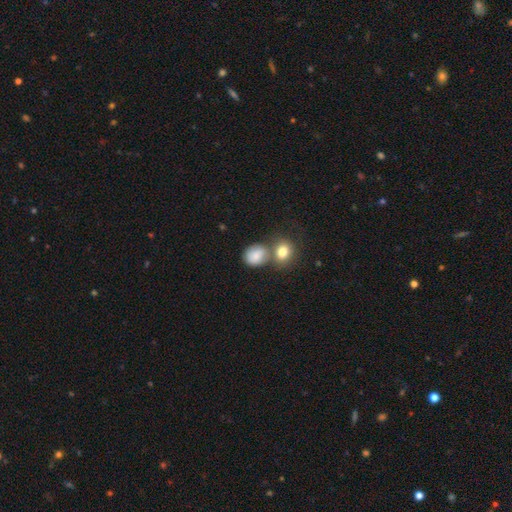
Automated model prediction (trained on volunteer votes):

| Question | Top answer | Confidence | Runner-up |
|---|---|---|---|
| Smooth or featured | smooth | 82% | featured or disk (9%) |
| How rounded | round | 58% | in between (41%) |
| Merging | none | 45% | merger (36%) |